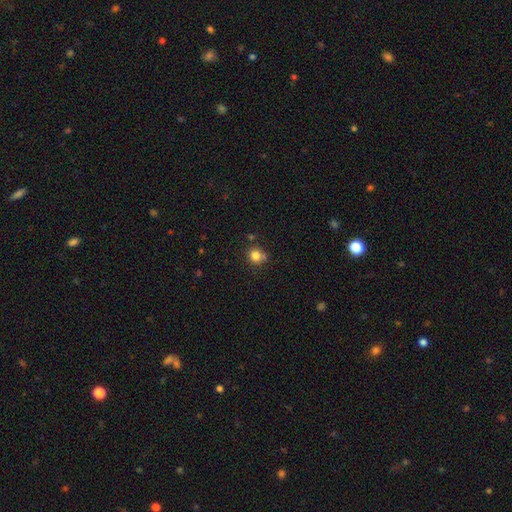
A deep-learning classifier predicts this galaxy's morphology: type=smooth (82%); roundness=round (85%); merging=none (70%).